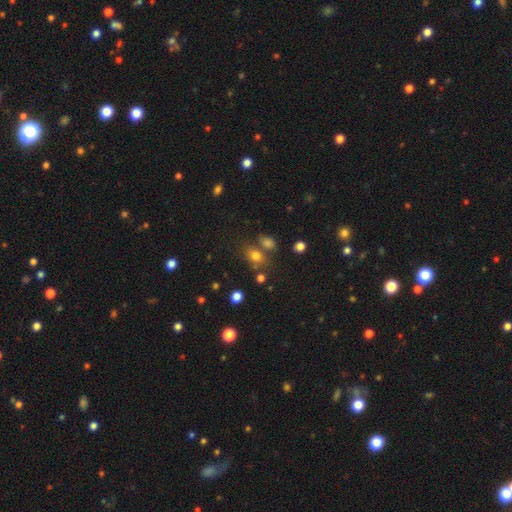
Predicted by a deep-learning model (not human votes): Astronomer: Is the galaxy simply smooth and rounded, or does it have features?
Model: smooth — 74%.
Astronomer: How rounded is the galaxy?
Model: in between — 58% (runner-up: round, 40%).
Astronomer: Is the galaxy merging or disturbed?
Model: none — 59%.